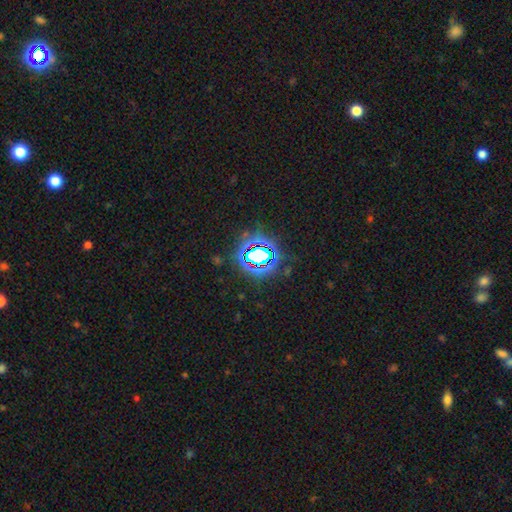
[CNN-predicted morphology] Q: Smooth or featured?
A: star or artifact (71%); runner-up: smooth (19%)